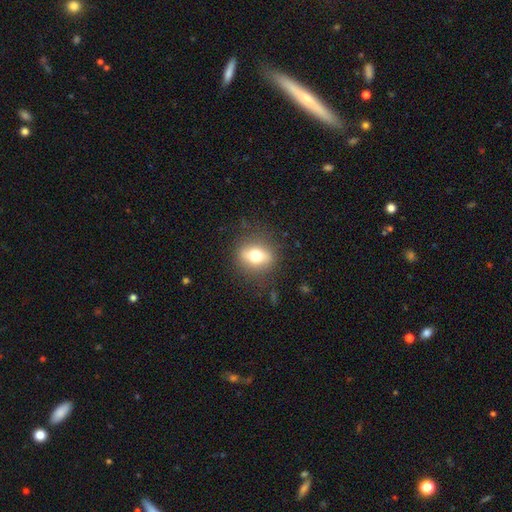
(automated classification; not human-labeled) smooth 63%, featured or disk 27%, star or artifact 9%. Down the decision tree: how rounded — in between (50%); merging — none (84%).